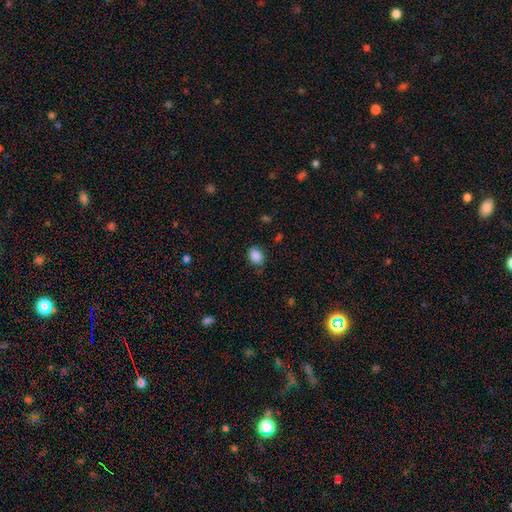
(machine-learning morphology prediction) This appears to be a smooth galaxy with no disk features (86%) that is in between round and cigar-shaped (61%). Merging: none (73%).